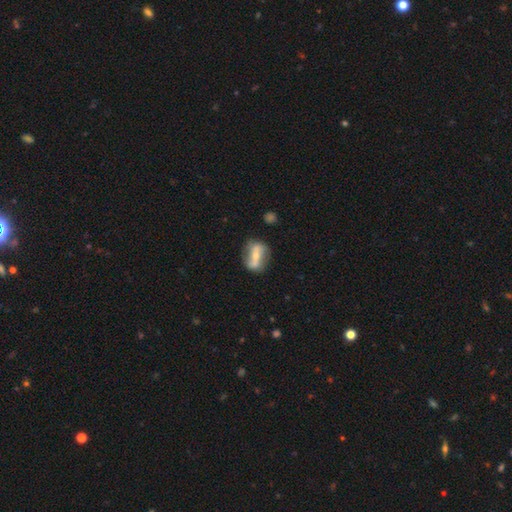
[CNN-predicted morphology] smooth-or-featured: featured or disk: 65% | smooth: 28% | star or artifact: 7%
  disk-edge-on: no: 90% | yes: 10%
    bar: strong: 49% | weak: 25% | no: 25%
    has-spiral-arms: yes: 68% | no: 32%
    bulge-size: small: 48% | moderate: 44% | none: 4% | large: 3% | dominant: 1%
  merging: none: 65% | minor disturbance: 20% | merger: 8% | major disturbance: 7%